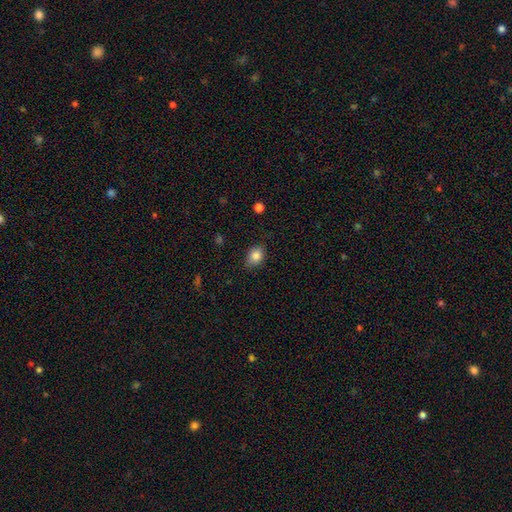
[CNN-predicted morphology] smooth_or_featured: smooth (p=0.84) [alt: star or artifact p=0.09]
how_rounded: in between (p=0.63) [alt: round p=0.36]
merging: none (p=0.76) [alt: minor disturbance p=0.19]